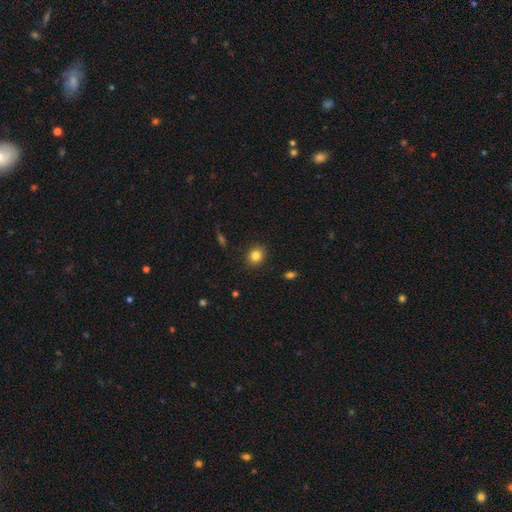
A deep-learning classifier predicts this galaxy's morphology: smooth 83%, star or artifact 11%, featured or disk 6%. Down the decision tree: how rounded — round (72%); merging — none (91%).